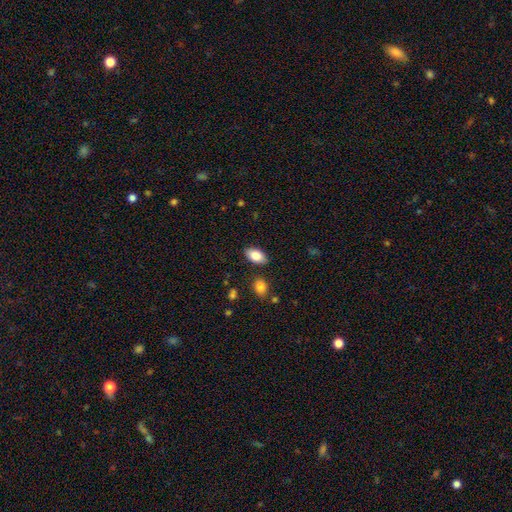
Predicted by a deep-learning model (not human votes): Smooth or featured? Predicted: smooth (p=0.85). How rounded? Predicted: in between (p=0.93). Merging? Predicted: none (p=0.85).